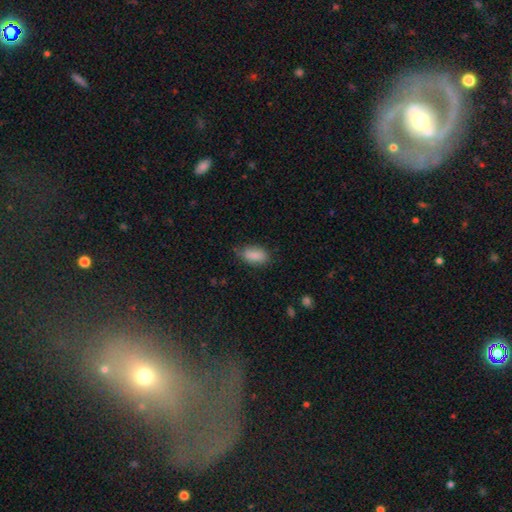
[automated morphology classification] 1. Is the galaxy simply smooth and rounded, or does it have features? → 87% smooth, 7% star or artifact, 6% featured or disk.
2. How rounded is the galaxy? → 91% in between, 5% round, 4% cigar-shaped.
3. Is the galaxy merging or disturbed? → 62% none, 30% minor disturbance, 7% major disturbance, 2% merger.